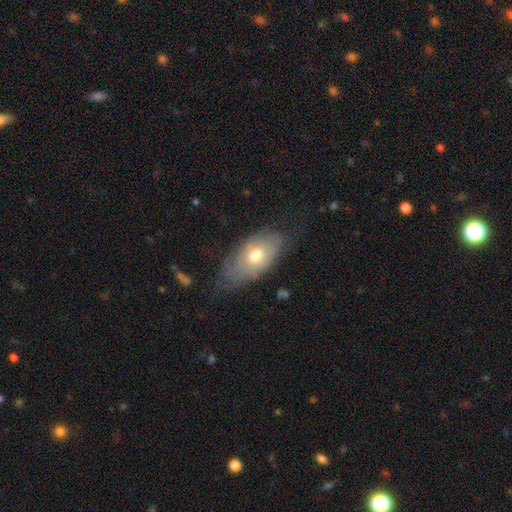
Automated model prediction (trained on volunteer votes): smooth_or_featured: smooth (p=0.58) [alt: featured or disk p=0.35]
how_rounded: in between (p=0.90) [alt: round p=0.05]
merging: none (p=0.60) [alt: minor disturbance p=0.28]